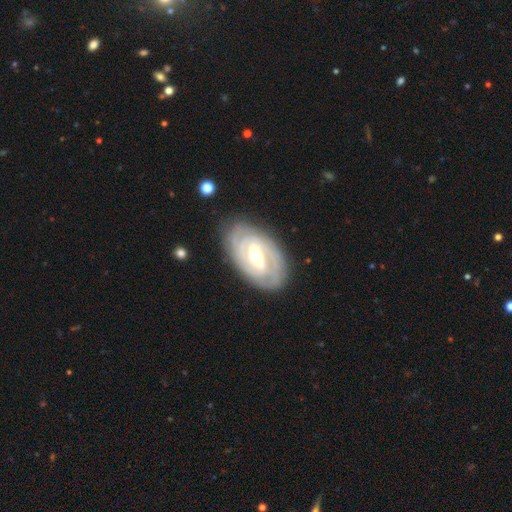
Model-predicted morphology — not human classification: Smooth or featured: featured or disk — 86% (smooth — 10%)
Edge-on disk: no — 95% (yes — 5%)
Bar: weak — 45% (strong — 40%)
Spiral arms: yes — 94% (no — 6%)
Spiral winding: tight — 75% (medium — 20%)
Spiral arm count: 2 — 44% (can't tell — 25%)
Bulge size: moderate — 55% (small — 41%)
Merging: none — 82% (minor disturbance — 14%)